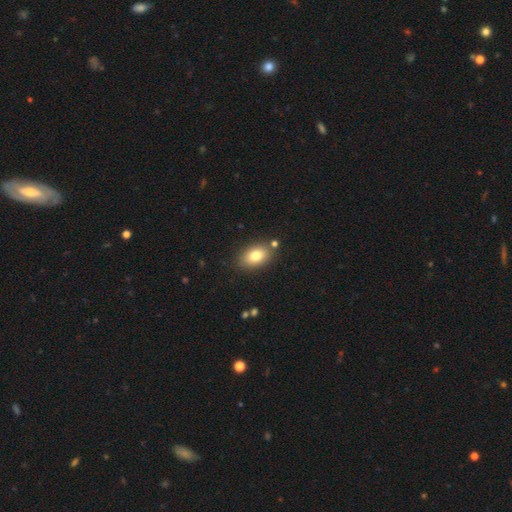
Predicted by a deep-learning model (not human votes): Morphology: type=smooth (80%); roundness=in between (88%); merging=none (82%).